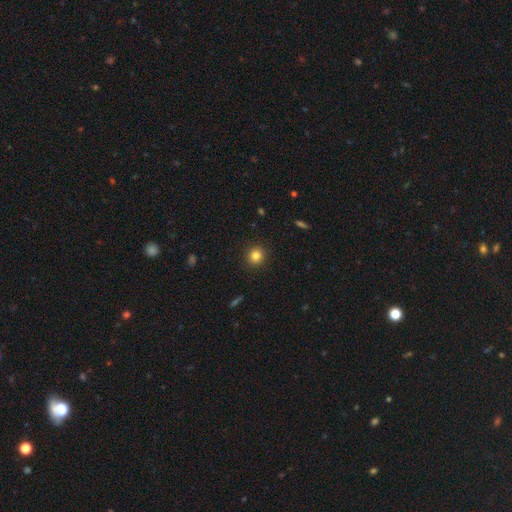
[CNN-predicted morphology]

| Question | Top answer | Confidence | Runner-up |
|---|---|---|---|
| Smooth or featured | smooth | 83% | star or artifact (11%) |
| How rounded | round | 88% | in between (11%) |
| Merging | none | 91% | minor disturbance (6%) |